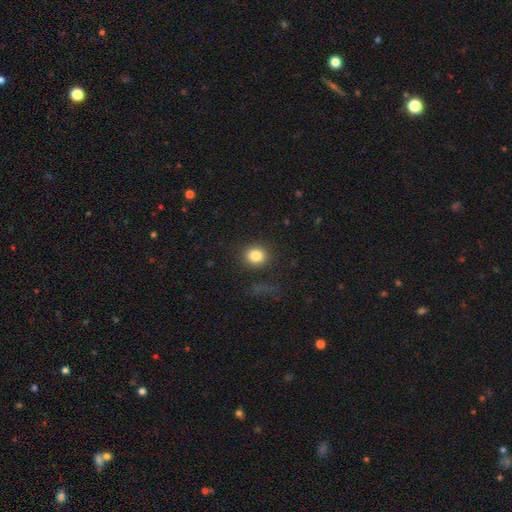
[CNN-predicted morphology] smooth_or_featured: smooth (p=0.83) [alt: star or artifact p=0.11]
how_rounded: round (p=0.82) [alt: in between p=0.17]
merging: none (p=0.85) [alt: minor disturbance p=0.09]